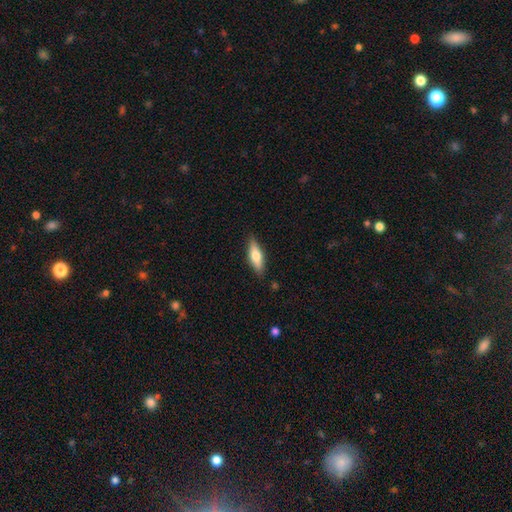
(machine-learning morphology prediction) smooth_or_featured: smooth (p=0.60) [alt: featured or disk p=0.34]
how_rounded: in between (p=0.49) [alt: cigar-shaped p=0.48]
merging: none (p=0.87) [alt: minor disturbance p=0.10]